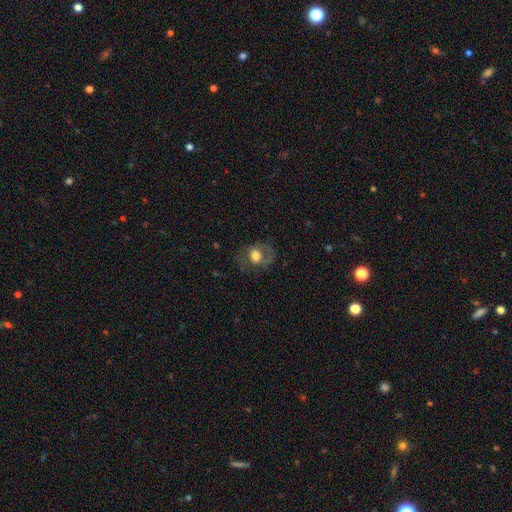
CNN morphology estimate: type=smooth (57%); roundness=in between (50%); merging=none (60%).